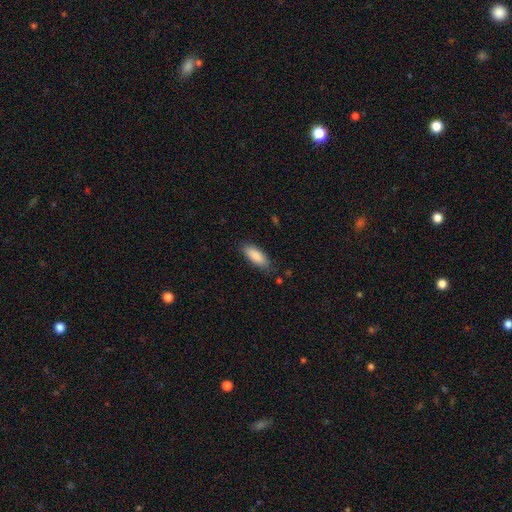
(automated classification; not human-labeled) Overall: smooth (87%). How rounded: in between (74%). Merging: none (80%).